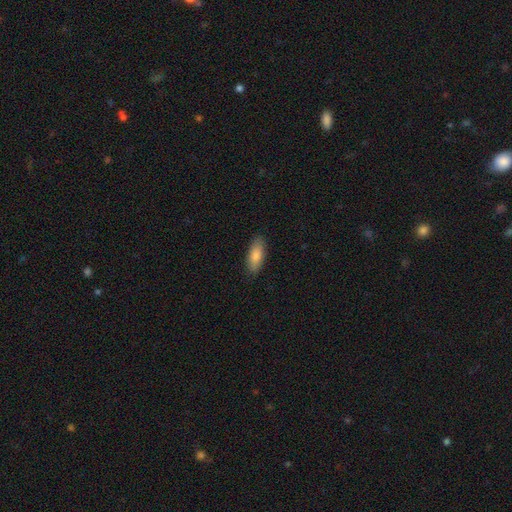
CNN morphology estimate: type=smooth (85%); roundness=in between (76%); merging=none (88%).